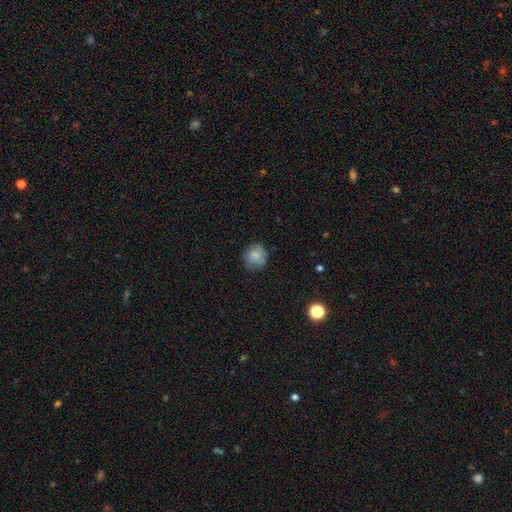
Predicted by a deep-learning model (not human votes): Morphology: type=smooth (77%); roundness=round (84%); merging=none (75%).